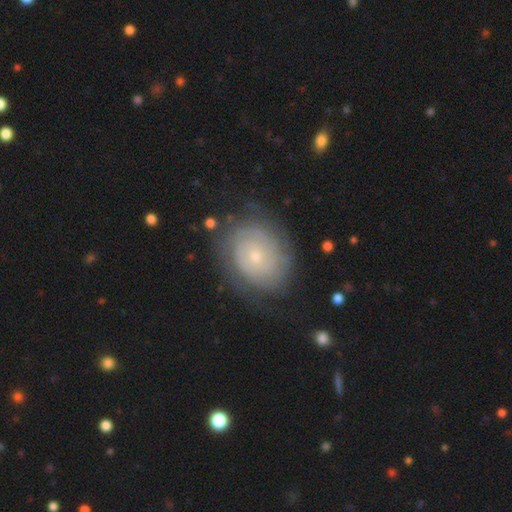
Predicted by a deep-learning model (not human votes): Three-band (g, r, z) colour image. It shows a featured or disk galaxy (70%) with no bar (81%), tight (79%) spiral arms (88%) and a small central bulge (76%). Merging: none (77%).